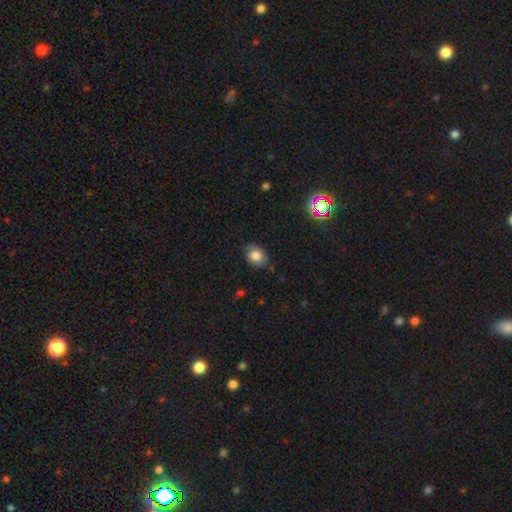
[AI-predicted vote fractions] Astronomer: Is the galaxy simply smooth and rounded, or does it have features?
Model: smooth — 75%.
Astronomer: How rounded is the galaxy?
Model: in between — 57% (runner-up: round, 42%).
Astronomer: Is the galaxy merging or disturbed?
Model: none — 74%.